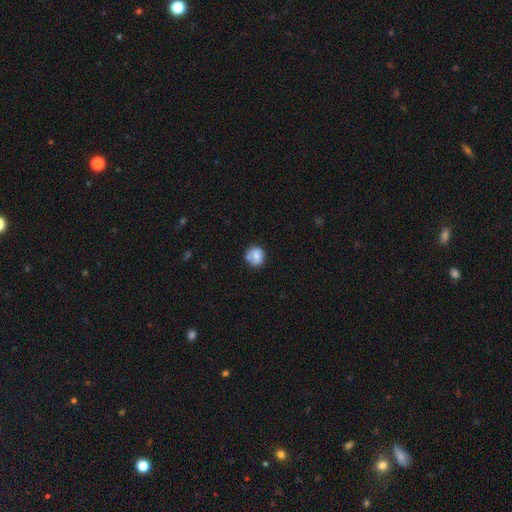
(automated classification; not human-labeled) Morphology: type=smooth (76%); roundness=round (87%); merging=none (65%).